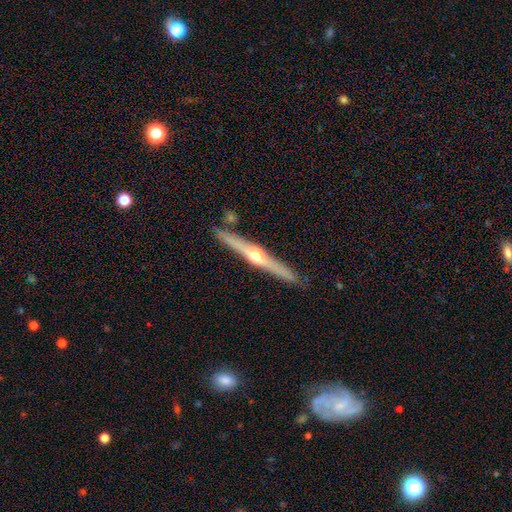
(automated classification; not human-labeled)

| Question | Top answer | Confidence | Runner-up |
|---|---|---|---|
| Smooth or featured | featured or disk | 76% | smooth (19%) |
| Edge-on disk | yes | 97% | no (3%) |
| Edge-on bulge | rounded | 93% | none (5%) |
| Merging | none | 88% | minor disturbance (8%) |